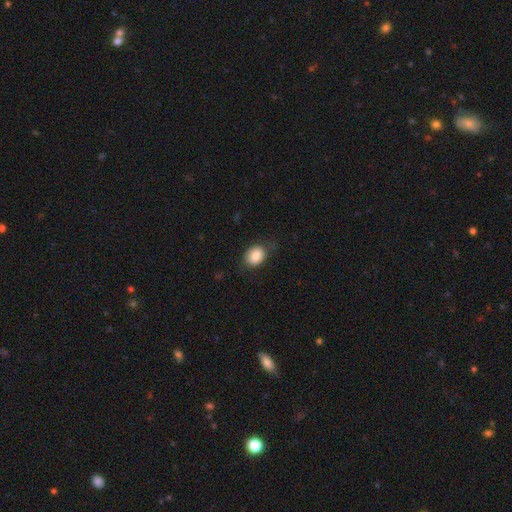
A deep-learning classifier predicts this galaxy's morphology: A smooth galaxy with no disk features (82%) that is in between round and cigar-shaped (56%). Merging: none (72%).